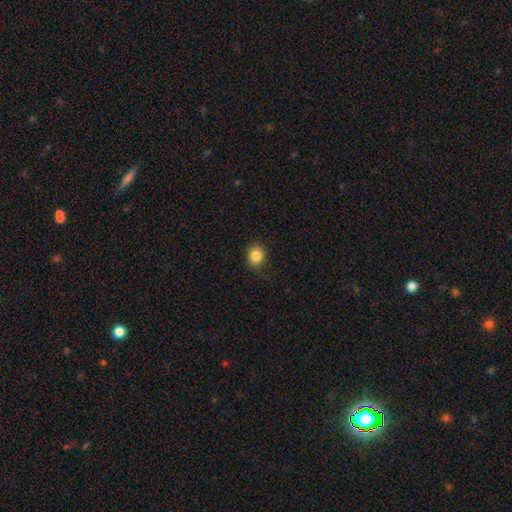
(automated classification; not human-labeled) The model was most divided on "how rounded": round: 65%, in between: 34%, cigar-shaped: 1%. More confident: smooth or featured — smooth (86%); merging — none (82%).